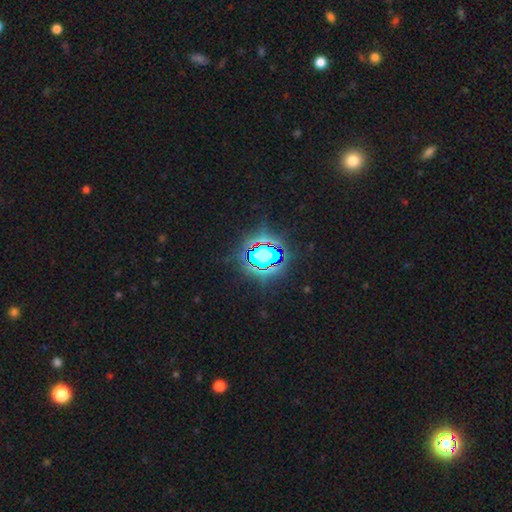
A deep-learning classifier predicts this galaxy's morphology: A star or artifact, not a galaxy (83%).

Vote fractions:
- Smooth or featured? star or artifact: 83% / smooth: 10% / featured or disk: 7%